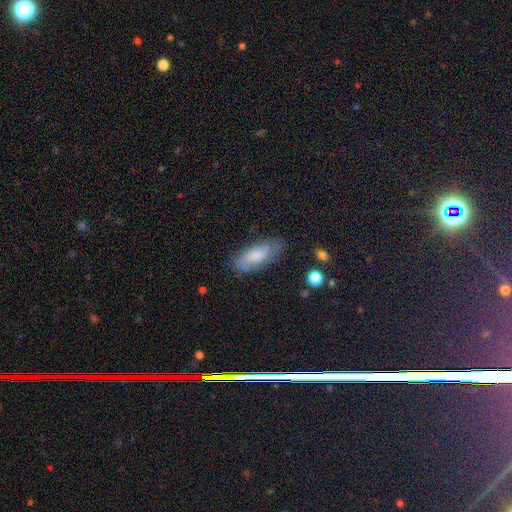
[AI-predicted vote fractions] Smooth or featured? Predicted: smooth (p=0.57). How rounded? Predicted: in between (p=0.80). Merging? Predicted: none (p=0.70).